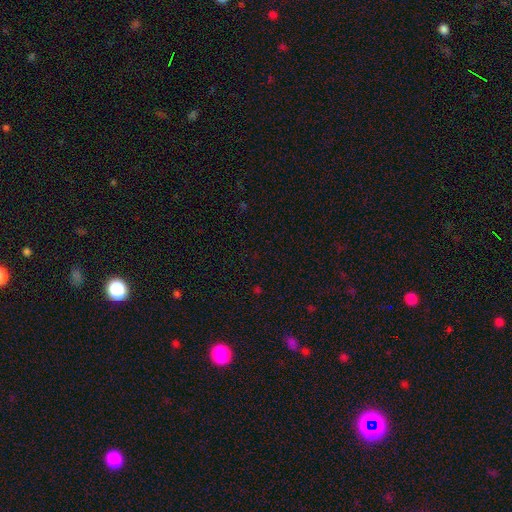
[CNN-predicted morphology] Q: Smooth or featured?
A: star or artifact (66%); runner-up: smooth (27%)